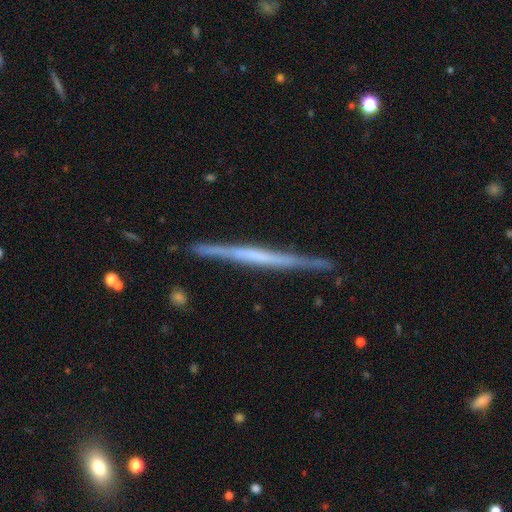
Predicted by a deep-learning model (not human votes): Morphology: type=featured or disk (69%); edge-on=yes (97%); edge-on bulge=none (75%); merging=none (87%).